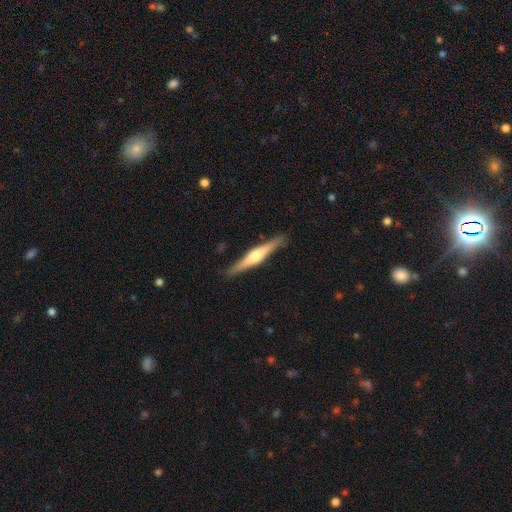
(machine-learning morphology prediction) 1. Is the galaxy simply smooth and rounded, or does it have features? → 69% featured or disk, 27% smooth, 5% star or artifact.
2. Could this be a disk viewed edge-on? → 98% yes, 2% no.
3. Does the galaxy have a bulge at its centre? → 86% rounded, 9% boxy, 5% none.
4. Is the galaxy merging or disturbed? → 89% none, 9% minor disturbance, 2% major disturbance, 1% merger.